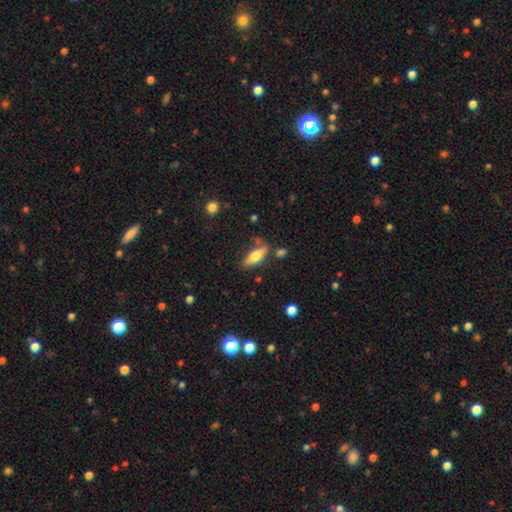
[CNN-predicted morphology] smooth-or-featured: smooth: 66% | featured or disk: 28% | star or artifact: 7%
  how-rounded: in between: 63% | cigar-shaped: 35% | round: 3%
  merging: none: 67% | minor disturbance: 19% | merger: 8% | major disturbance: 6%